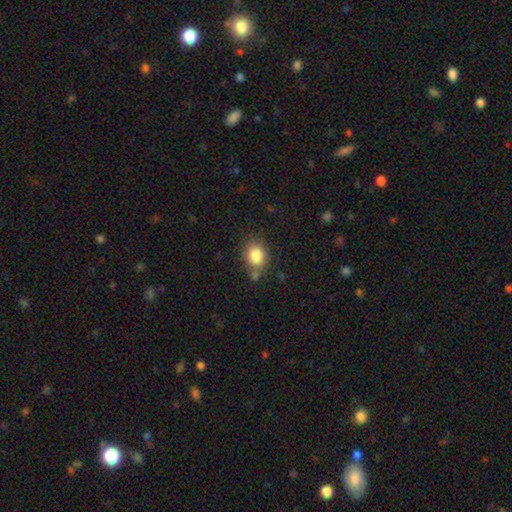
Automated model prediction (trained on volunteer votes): This appears to be a smooth galaxy with no disk features (84%) that is round (53%). Merging: none (69%).